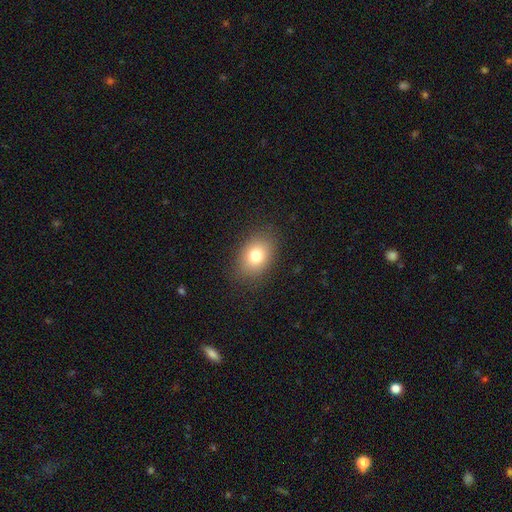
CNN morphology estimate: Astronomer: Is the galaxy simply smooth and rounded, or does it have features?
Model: smooth — 78%.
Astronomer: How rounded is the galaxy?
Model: in between — 71%.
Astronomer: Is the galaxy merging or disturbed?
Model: none — 85%.